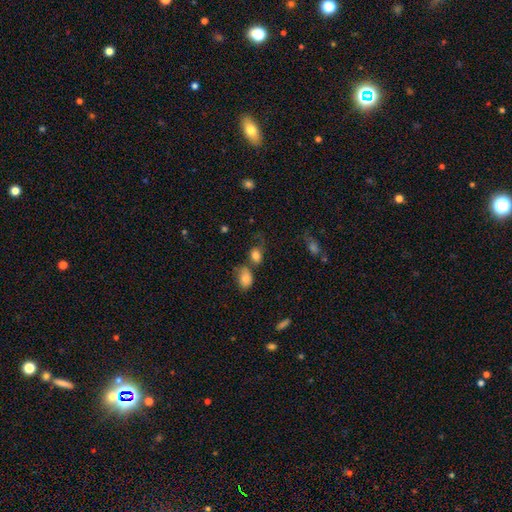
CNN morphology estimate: Overall: smooth (80%). How rounded: in between (54%; round 45%). Merging: none (45%; merger 23%).